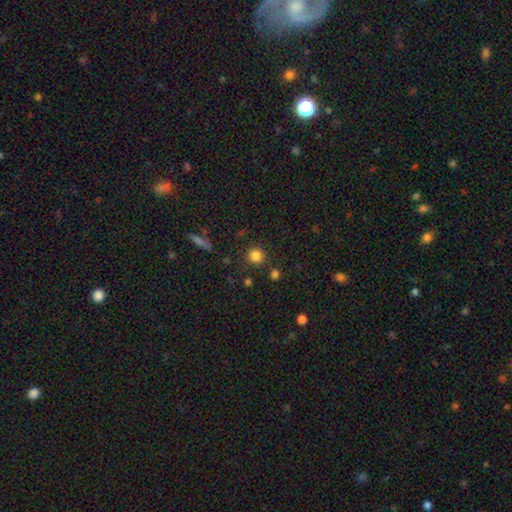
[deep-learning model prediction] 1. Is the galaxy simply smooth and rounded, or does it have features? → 82% smooth, 12% star or artifact, 5% featured or disk.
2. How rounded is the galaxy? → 93% round, 6% in between, 1% cigar-shaped.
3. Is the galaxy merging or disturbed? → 86% none, 7% minor disturbance, 4% merger, 3% major disturbance.